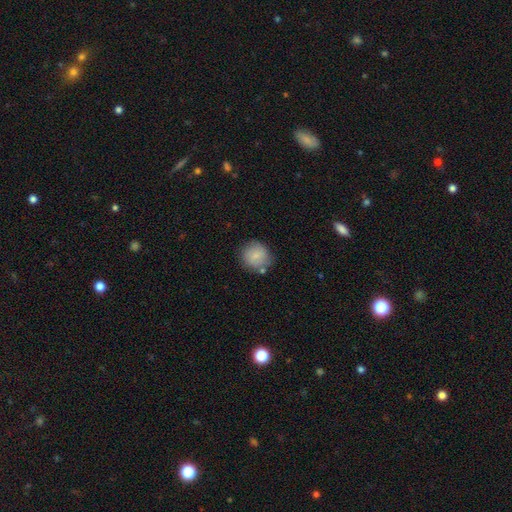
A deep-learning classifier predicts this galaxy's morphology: Smooth or featured?
  - smooth: 79% *
  - featured or disk: 14%
  - star or artifact: 7%
How rounded?
  - round: 86% *
  - in between: 13%
  - cigar-shaped: 1%
Merging?
  - none: 73% *
  - minor disturbance: 16%
  - merger: 7%
  - major disturbance: 5%